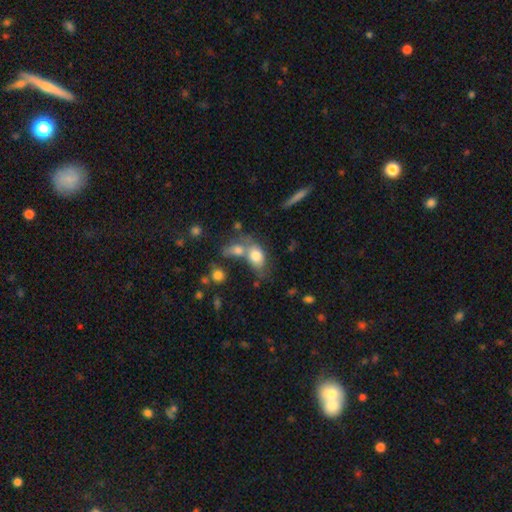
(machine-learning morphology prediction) smooth 77%, featured or disk 14%, star or artifact 9%. Down the decision tree: how rounded — in between (79%); merging — merger (48%).